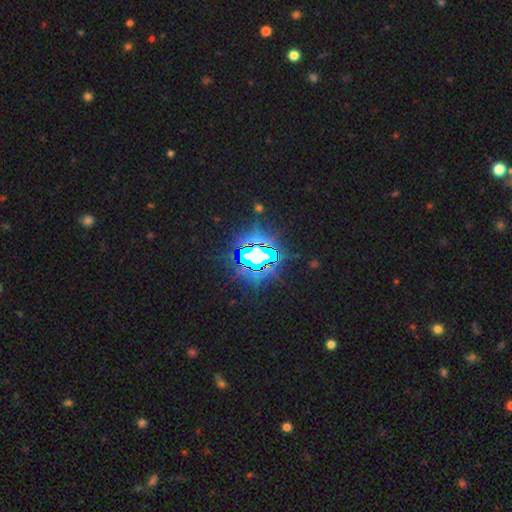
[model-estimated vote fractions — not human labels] Q: Smooth or featured?
A: star or artifact (79%); runner-up: featured or disk (11%)